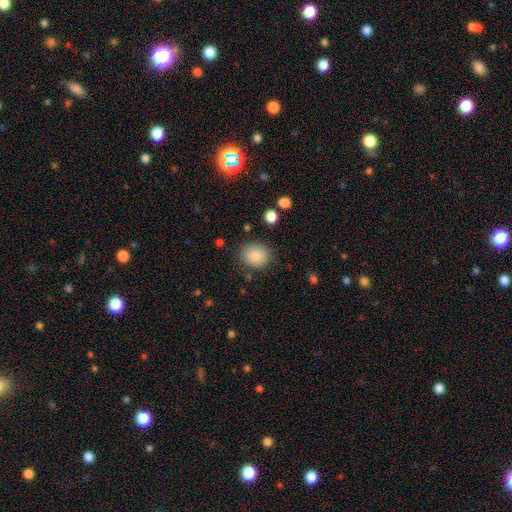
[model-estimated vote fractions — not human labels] Smooth or featured? smooth (85%)
How rounded? round (65%)
Merging? none (82%)